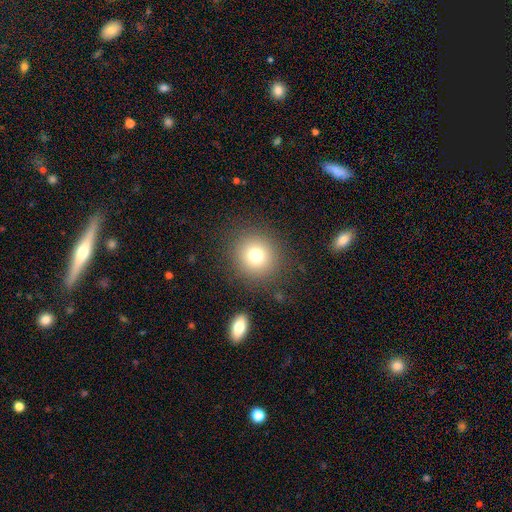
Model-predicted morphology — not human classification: Smooth or featured? Predicted: smooth (p=0.75). How rounded? Predicted: round (p=0.91). Merging? Predicted: none (p=0.87).